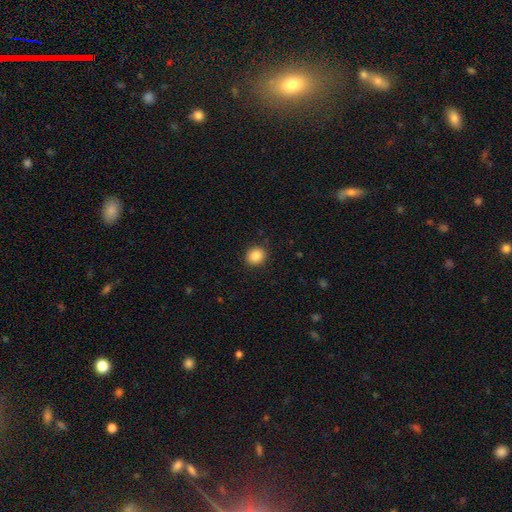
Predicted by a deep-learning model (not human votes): Smooth or featured: smooth — 87% (star or artifact — 9%)
How rounded: round — 81% (in between — 18%)
Merging: none — 90% (minor disturbance — 7%)